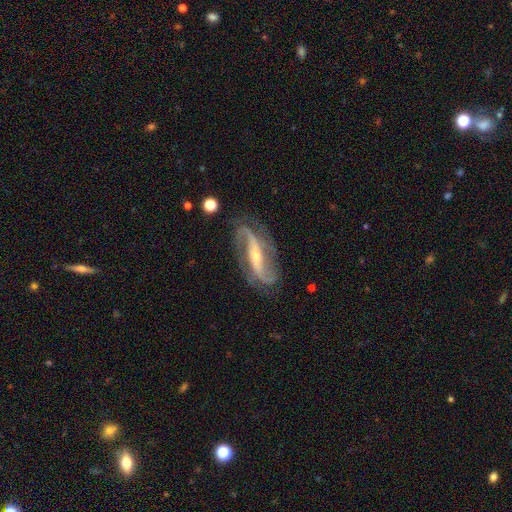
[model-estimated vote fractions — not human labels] smooth_or_featured: featured or disk (p=0.91) [alt: star or artifact p=0.05]
disk_edge_on: no (p=0.91) [alt: yes p=0.09]
bar: strong (p=0.57) [alt: weak p=0.22]
has_spiral_arms: yes (p=0.97) [alt: no p=0.03]
spiral_winding: loose (p=0.43) [alt: medium p=0.41]
spiral_arm_count: 2 (p=0.90) [alt: can't tell p=0.03]
bulge_size: small (p=0.64) [alt: moderate p=0.32]
merging: none (p=0.77) [alt: minor disturbance p=0.15]